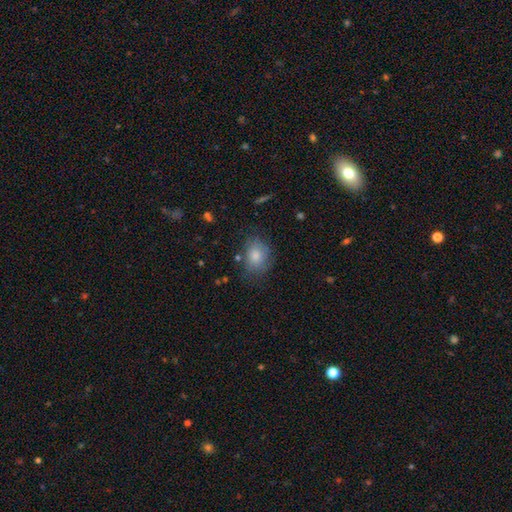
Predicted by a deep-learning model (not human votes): This appears to be a smooth galaxy with no disk features (80%) that is in between round and cigar-shaped (55%). Merging: none (68%).